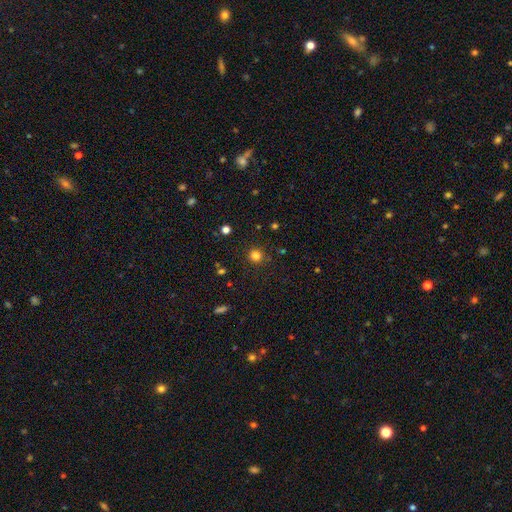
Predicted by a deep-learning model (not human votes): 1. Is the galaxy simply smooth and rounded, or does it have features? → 81% smooth, 15% star or artifact, 5% featured or disk.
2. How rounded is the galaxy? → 92% round, 7% in between, 1% cigar-shaped.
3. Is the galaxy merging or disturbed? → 88% none, 8% minor disturbance, 3% major disturbance, 2% merger.